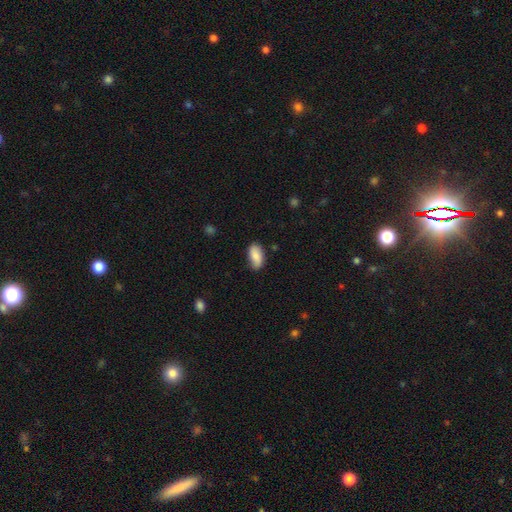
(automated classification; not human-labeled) Q: Smooth or featured?
A: smooth (81%); runner-up: featured or disk (12%)
Q: How rounded?
A: in between (92%); runner-up: cigar-shaped (5%)
Q: Merging?
A: none (74%); runner-up: minor disturbance (21%)